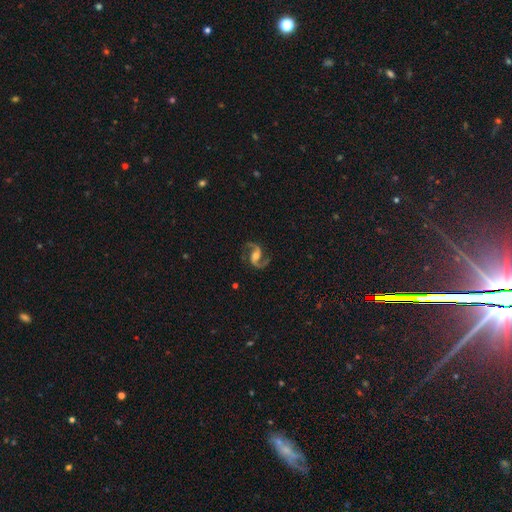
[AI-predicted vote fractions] Smooth or featured?
  - featured or disk: 93% *
  - star or artifact: 4%
  - smooth: 3%
Edge-on disk?
  - no: 98% *
  - yes: 2%
Bar?
  - weak: 43% *
  - no: 37%
  - strong: 20%
Spiral arms?
  - yes: 98% *
  - no: 2%
Spiral winding?
  - medium: 54% *
  - loose: 38%
  - tight: 8%
Spiral arm count?
  - 2: 95% *
  - 1: 1%
  - 3: 1%
  - can't tell: 1%
  - 4: 1%
  - more than 4: 1%
Bulge size?
  - moderate: 56% *
  - small: 26%
  - large: 11%
  - none: 6%
  - dominant: 2%
Merging?
  - none: 83% *
  - minor disturbance: 11%
  - major disturbance: 5%
  - merger: 1%